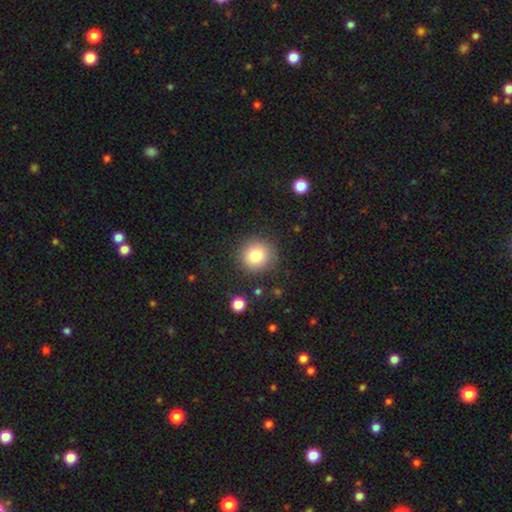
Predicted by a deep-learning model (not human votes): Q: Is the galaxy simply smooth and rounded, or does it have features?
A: smooth — 81%.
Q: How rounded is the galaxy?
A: round — 93%.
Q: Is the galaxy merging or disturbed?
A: none — 87%.